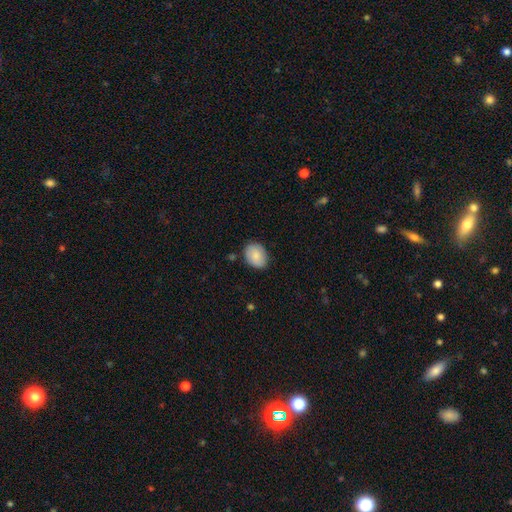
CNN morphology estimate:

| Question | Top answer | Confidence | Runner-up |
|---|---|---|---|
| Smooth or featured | smooth | 83% | featured or disk (11%) |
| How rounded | in between | 66% | round (33%) |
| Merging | none | 80% | minor disturbance (15%) |